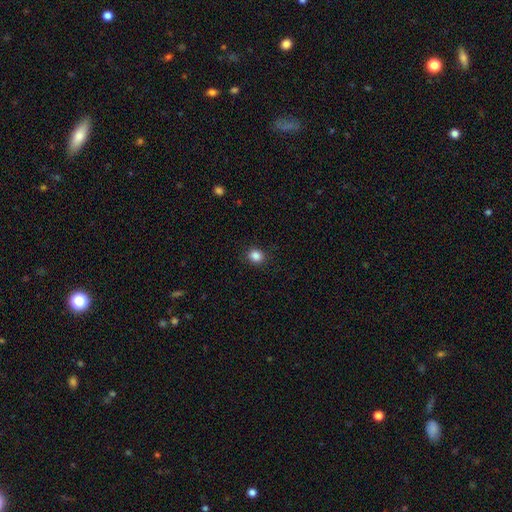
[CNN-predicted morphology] This appears to be a smooth galaxy with no disk features (86%) that is round (76%). Merging: none (89%).